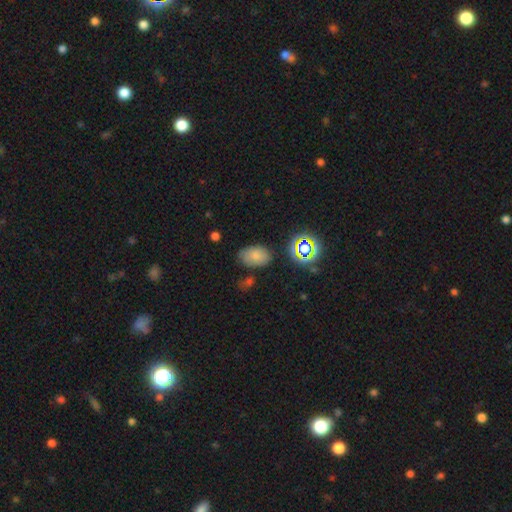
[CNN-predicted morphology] This appears to be a smooth galaxy with no disk features (73%) that is in between round and cigar-shaped (87%). Merging: none (72%).